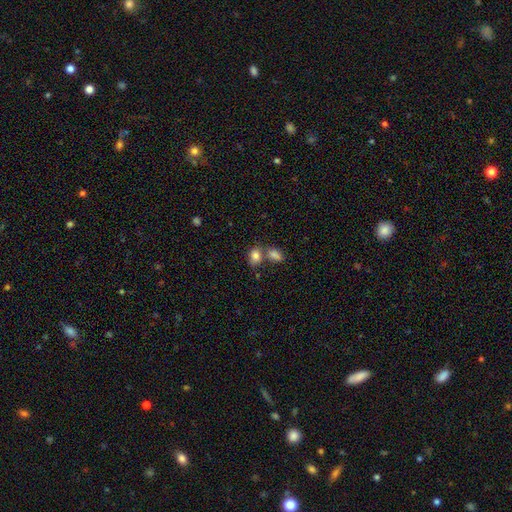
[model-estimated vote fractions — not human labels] Q: Smooth or featured?
A: smooth (82%); runner-up: star or artifact (10%)
Q: How rounded?
A: in between (65%); runner-up: round (34%)
Q: Merging?
A: none (45%); runner-up: merger (39%)